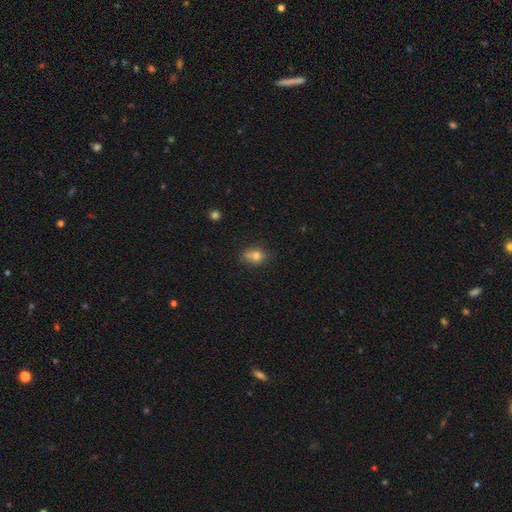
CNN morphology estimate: This appears to be a smooth galaxy with no disk features (74%) that is in between round and cigar-shaped (55%). Merging: none (48%).